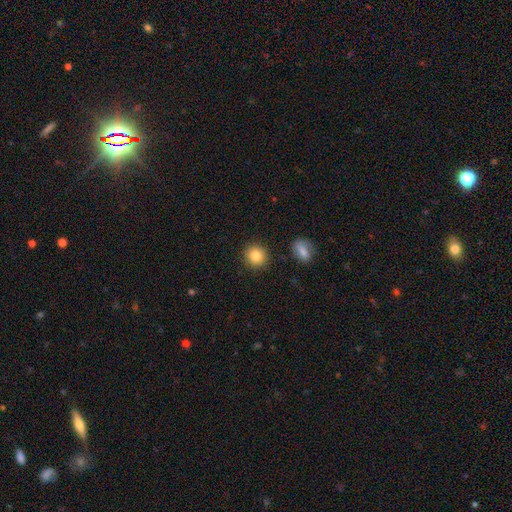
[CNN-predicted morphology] Smooth or featured: smooth — 84% (star or artifact — 9%)
How rounded: round — 90% (in between — 9%)
Merging: none — 90% (minor disturbance — 6%)